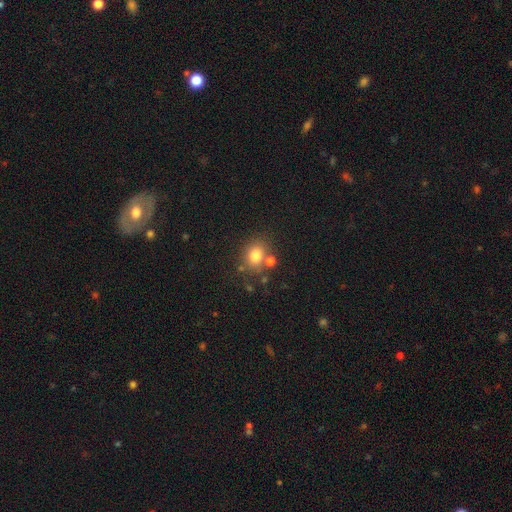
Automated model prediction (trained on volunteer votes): smooth-or-featured: smooth: 79% | star or artifact: 12% | featured or disk: 9%
  how-rounded: round: 53% | in between: 46% | cigar-shaped: 1%
  merging: none: 66% | merger: 16% | minor disturbance: 13% | major disturbance: 5%